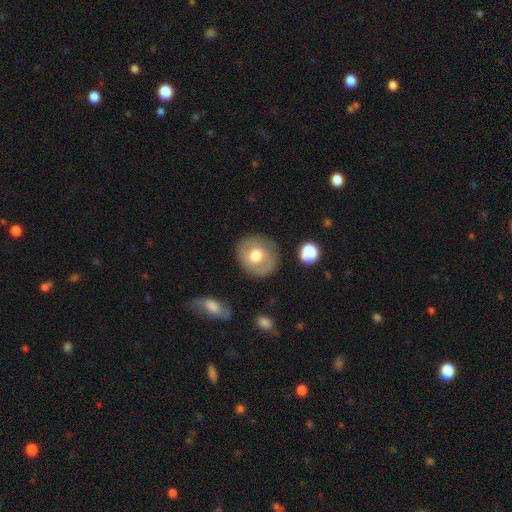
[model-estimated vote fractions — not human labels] Smooth or featured? smooth (64%)
How rounded? round (83%)
Merging? none (83%)